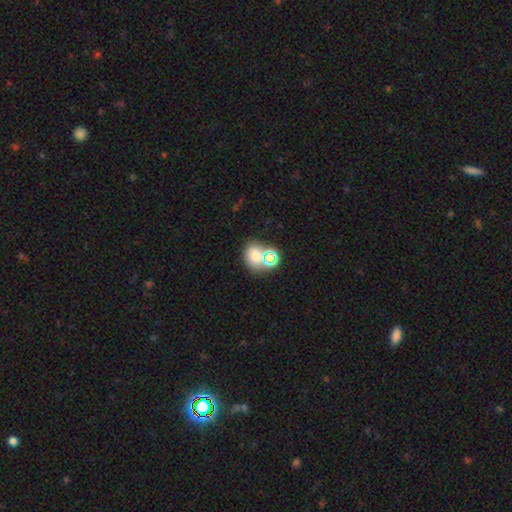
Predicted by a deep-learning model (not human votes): Smooth or featured: smooth — 65% (star or artifact — 24%)
How rounded: round — 59% (in between — 40%)
Merging: none — 60% (merger — 21%)